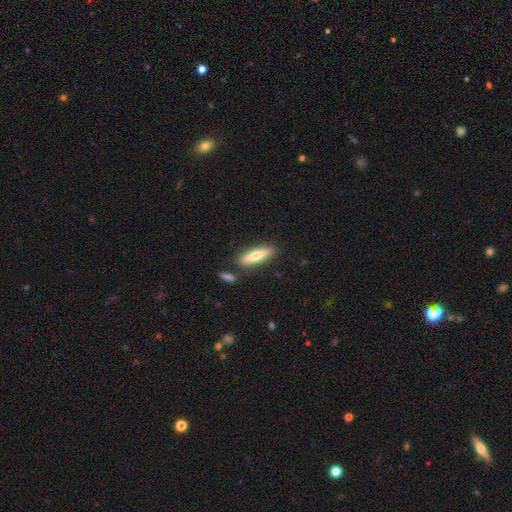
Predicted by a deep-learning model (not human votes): smooth_or_featured: smooth (p=0.66) [alt: featured or disk p=0.28]
how_rounded: cigar-shaped (p=0.68) [alt: in between p=0.30]
merging: none (p=0.80) [alt: minor disturbance p=0.11]